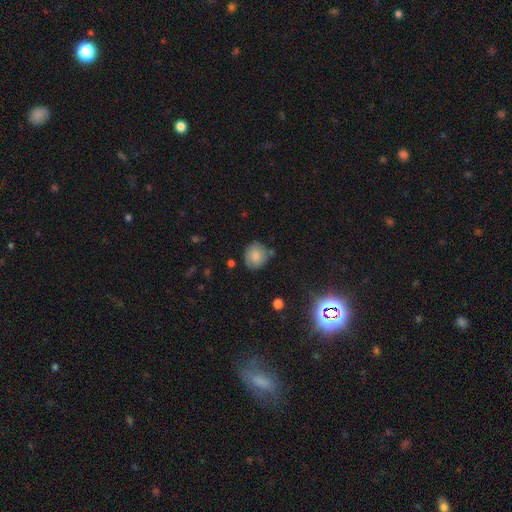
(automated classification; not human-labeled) Smooth or featured? Predicted: smooth (p=0.78). How rounded? Predicted: round (p=0.77). Merging? Predicted: none (p=0.71).